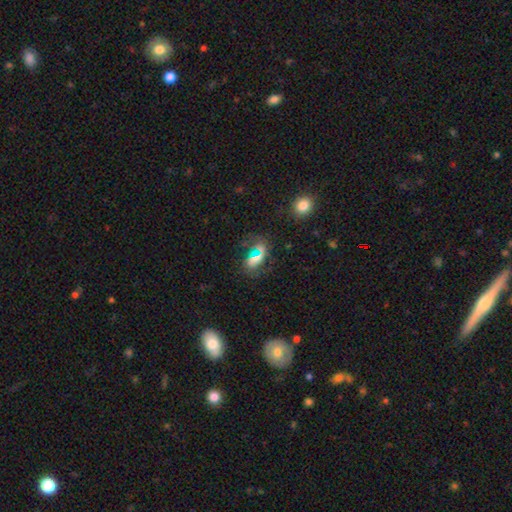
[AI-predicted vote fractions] This appears to be a featured or disk galaxy (39%). Merging: none (54%).